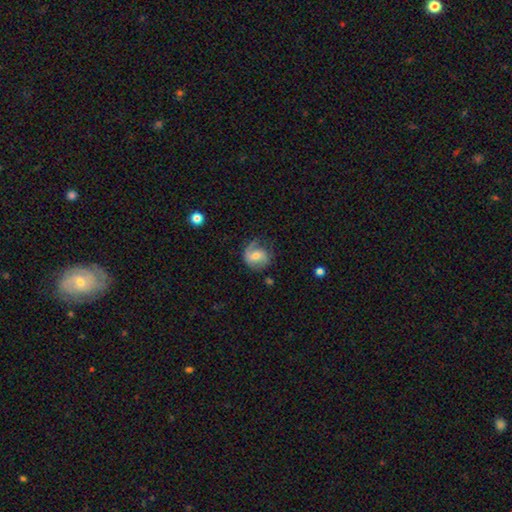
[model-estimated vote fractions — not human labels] The model was most divided on "bar": weak: 44%, no: 42%, strong: 14%. More confident: edge-on disk — no (97%); spiral arms — yes (88%); merging — none (62%); smooth or featured — featured or disk (57%); bulge size — moderate (53%).